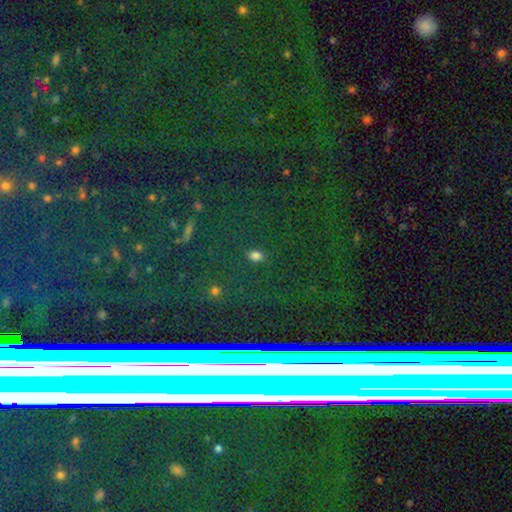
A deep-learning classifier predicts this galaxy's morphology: smooth 77%, star or artifact 18%, featured or disk 5%. Down the decision tree: how rounded — in between (85%); merging — none (84%).